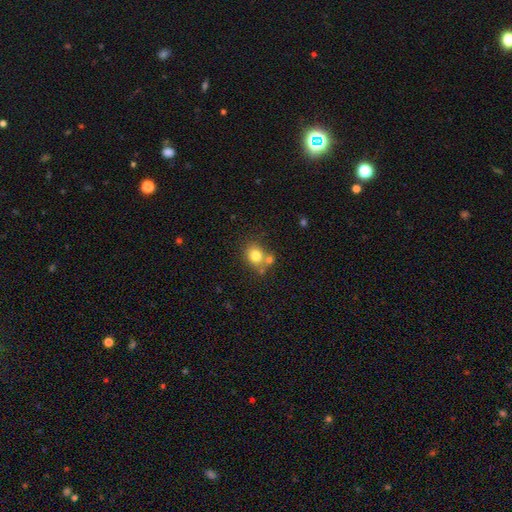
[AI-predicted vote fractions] Morphology: type=smooth (78%); roundness=round (67%); merging=none (62%).